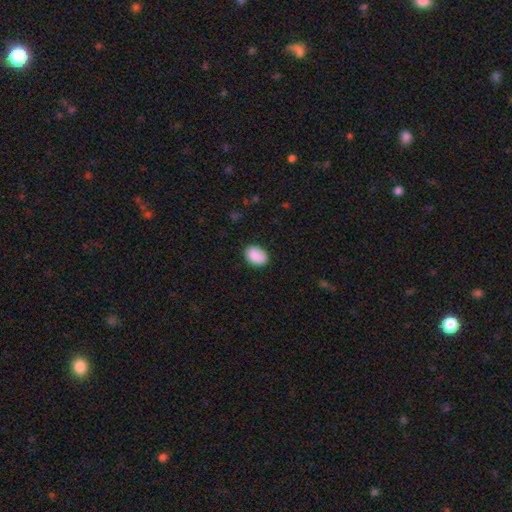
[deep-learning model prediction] smooth-or-featured: smooth: 89% | star or artifact: 7% | featured or disk: 4%
  how-rounded: in between: 76% | round: 23% | cigar-shaped: 1%
  merging: none: 83% | minor disturbance: 13% | major disturbance: 3% | merger: 1%